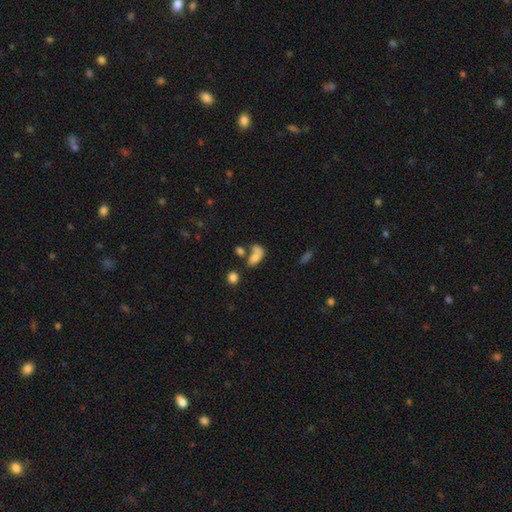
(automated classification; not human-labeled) Smooth or featured: smooth — 68% (featured or disk — 19%)
How rounded: in between — 80% (round — 12%)
Merging: merger — 48% (none — 24%)